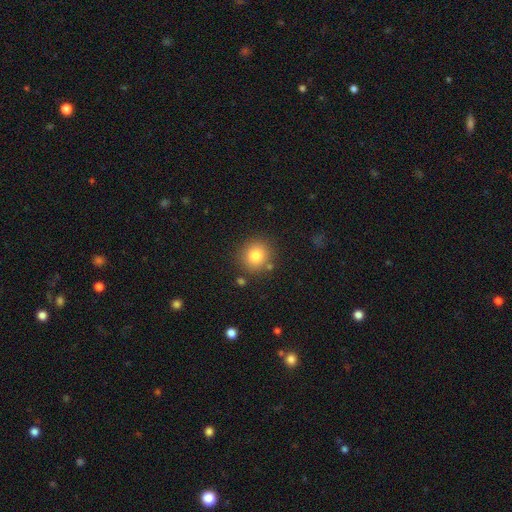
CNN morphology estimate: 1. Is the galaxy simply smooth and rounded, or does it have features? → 80% smooth, 11% star or artifact, 9% featured or disk.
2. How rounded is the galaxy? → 89% round, 10% in between, 1% cigar-shaped.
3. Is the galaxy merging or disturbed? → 84% none, 9% minor disturbance, 5% merger, 3% major disturbance.